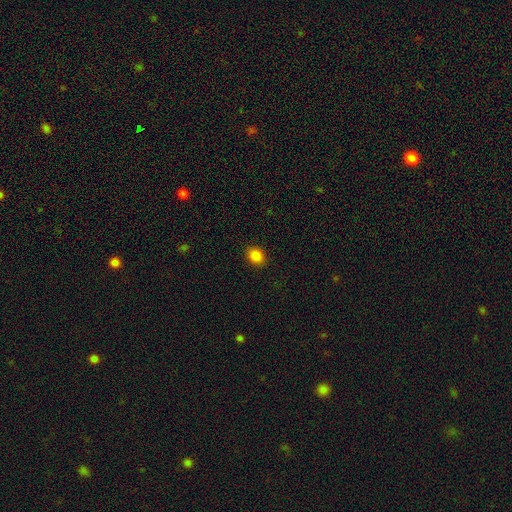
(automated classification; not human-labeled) smooth-or-featured: smooth: 85% | star or artifact: 11% | featured or disk: 4%
  how-rounded: in between: 53% | round: 46% | cigar-shaped: 1%
  merging: none: 90% | minor disturbance: 7% | major disturbance: 2% | merger: 1%